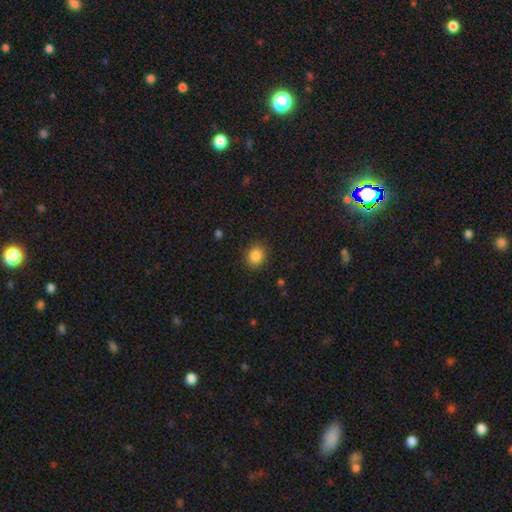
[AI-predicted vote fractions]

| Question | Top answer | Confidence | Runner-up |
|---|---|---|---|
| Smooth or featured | smooth | 86% | star or artifact (10%) |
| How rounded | round | 66% | in between (33%) |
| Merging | none | 88% | minor disturbance (8%) |